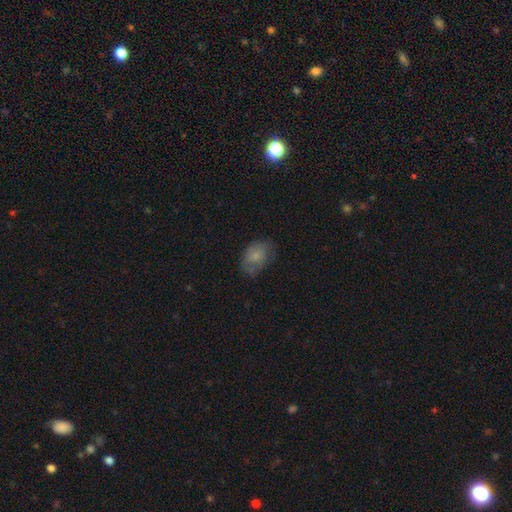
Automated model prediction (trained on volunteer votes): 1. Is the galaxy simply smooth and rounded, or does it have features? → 65% smooth, 26% featured or disk, 9% star or artifact.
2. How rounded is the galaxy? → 80% in between, 19% round, 1% cigar-shaped.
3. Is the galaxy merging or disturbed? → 59% none, 28% minor disturbance, 12% major disturbance, 1% merger.